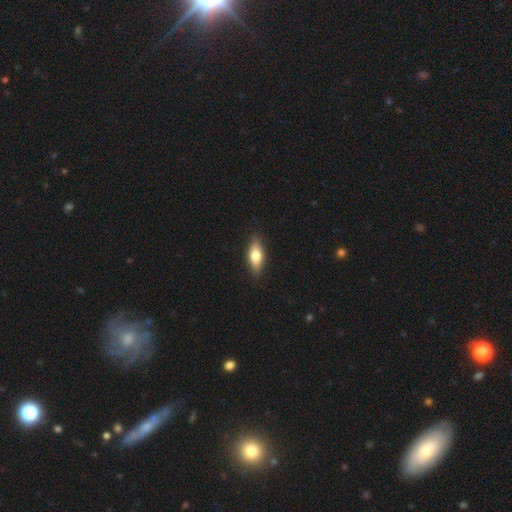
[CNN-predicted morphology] Q: Smooth or featured?
A: smooth (68%); runner-up: featured or disk (25%)
Q: How rounded?
A: in between (74%); runner-up: cigar-shaped (23%)
Q: Merging?
A: none (88%); runner-up: minor disturbance (9%)